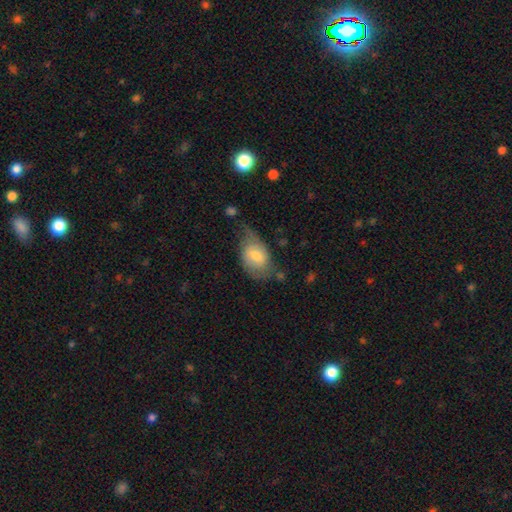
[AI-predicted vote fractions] smooth 57%, featured or disk 36%, star or artifact 7%. Down the decision tree: how rounded — in between (81%); merging — none (42%).